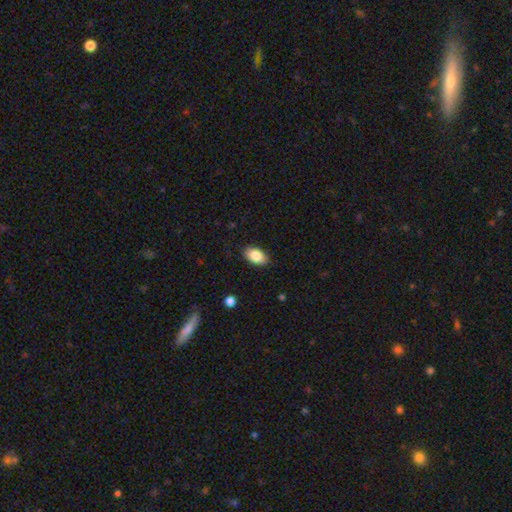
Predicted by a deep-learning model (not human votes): Smooth or featured? smooth (86%)
How rounded? in between (92%)
Merging? none (87%)